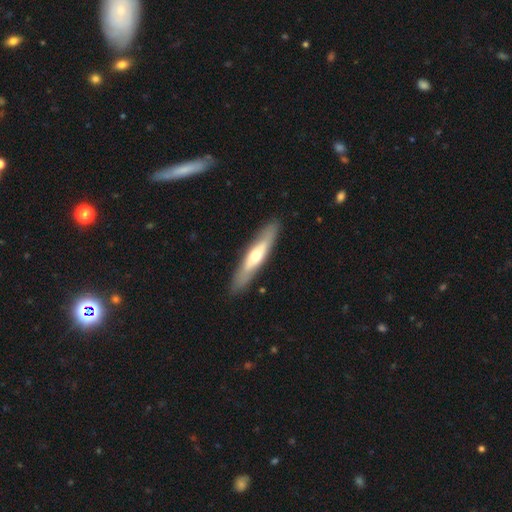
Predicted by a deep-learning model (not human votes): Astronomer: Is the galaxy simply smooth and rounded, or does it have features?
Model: featured or disk — 51% (runner-up: smooth, 44%).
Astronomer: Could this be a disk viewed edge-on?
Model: yes — 75%.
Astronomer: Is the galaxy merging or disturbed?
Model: none — 88%.